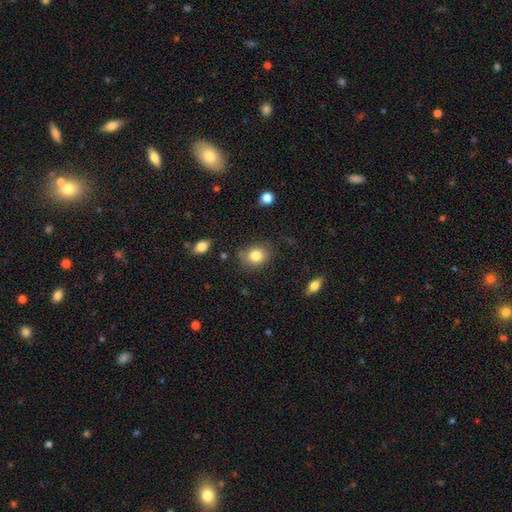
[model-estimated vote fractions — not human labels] This is clearly a smooth galaxy (82%). How rounded: possibly round (55%). Merging: likely none (74%).